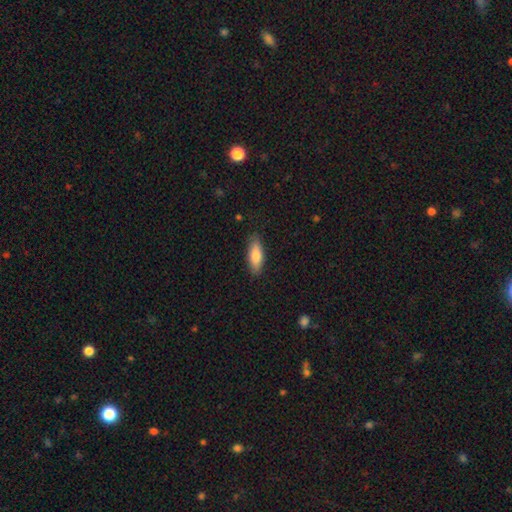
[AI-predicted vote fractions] Smooth or featured: smooth — 80% (featured or disk — 15%)
How rounded: in between — 65% (cigar-shaped — 32%)
Merging: none — 85% (minor disturbance — 12%)